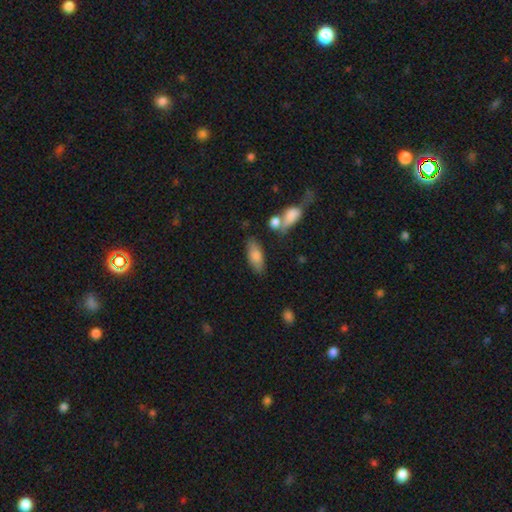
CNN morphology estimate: smooth 77%, featured or disk 16%, star or artifact 7%. Down the decision tree: how rounded — in between (79%); merging — none (73%).